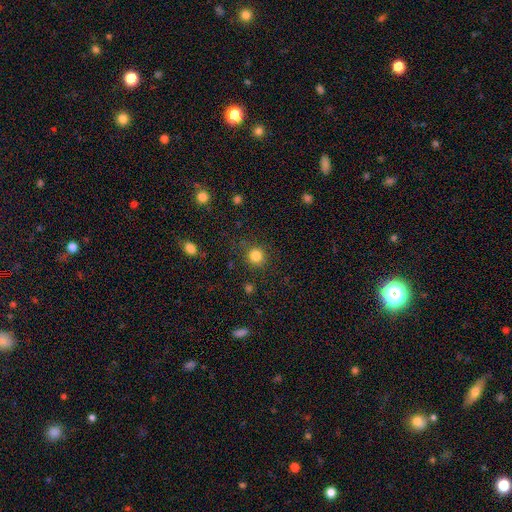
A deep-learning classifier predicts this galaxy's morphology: Smooth or featured?
  - smooth: 83% *
  - star or artifact: 12%
  - featured or disk: 4%
How rounded?
  - round: 92% *
  - in between: 7%
  - cigar-shaped: 1%
Merging?
  - none: 86% *
  - minor disturbance: 9%
  - major disturbance: 3%
  - merger: 2%